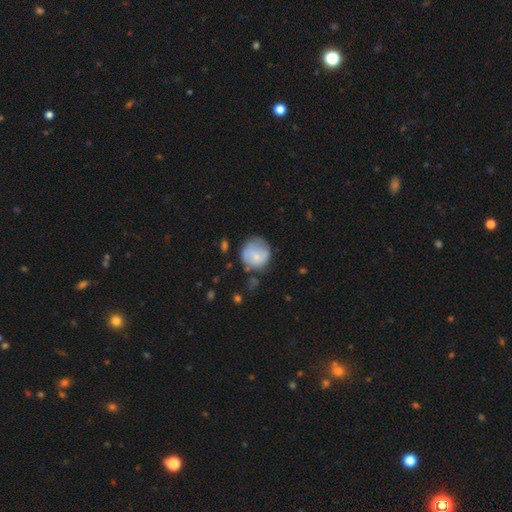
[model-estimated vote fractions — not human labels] This appears to be a smooth galaxy with no disk features (67%) that is round (86%). Merging: none (51%).